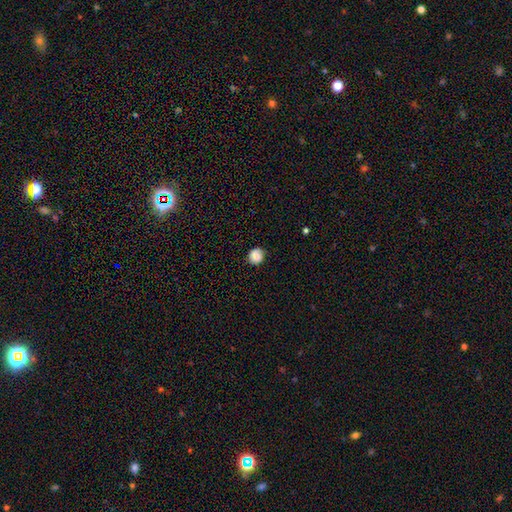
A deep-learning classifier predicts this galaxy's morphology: smooth-or-featured: smooth: 85% | star or artifact: 9% | featured or disk: 5%
  how-rounded: round: 88% | in between: 11% | cigar-shaped: 1%
  merging: none: 83% | minor disturbance: 13% | major disturbance: 3% | merger: 1%